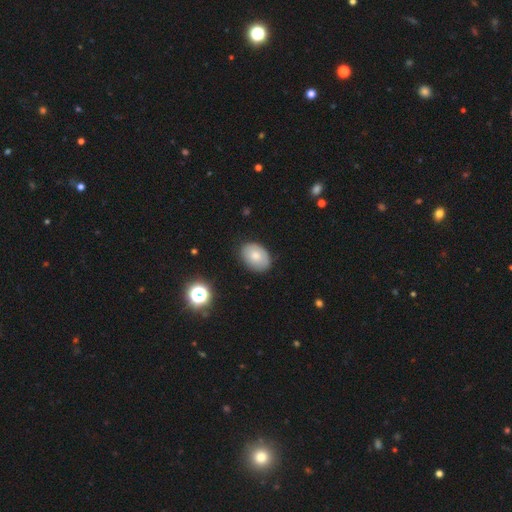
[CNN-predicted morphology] Smooth or featured? smooth (77%)
How rounded? in between (80%)
Merging? none (84%)